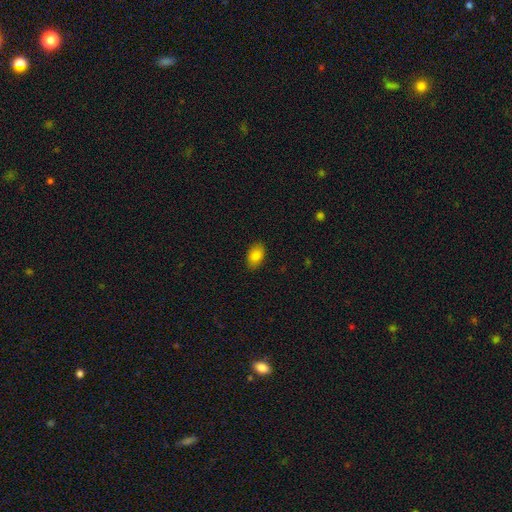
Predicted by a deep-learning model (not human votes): Q: Smooth or featured?
A: smooth (83%); runner-up: featured or disk (9%)
Q: How rounded?
A: in between (90%); runner-up: round (9%)
Q: Merging?
A: none (87%); runner-up: minor disturbance (10%)